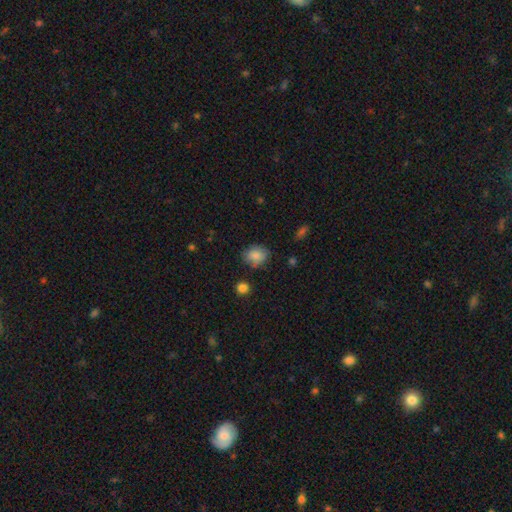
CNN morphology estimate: Smooth or featured? Predicted: smooth (p=0.85). How rounded? Predicted: in between (p=0.53). Merging? Predicted: none (p=0.75).